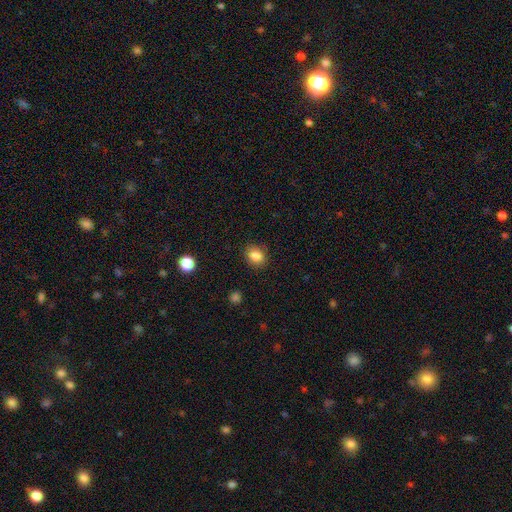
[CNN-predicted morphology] This appears to be a smooth galaxy with no disk features (84%) that is round (52%). Merging: none (87%).